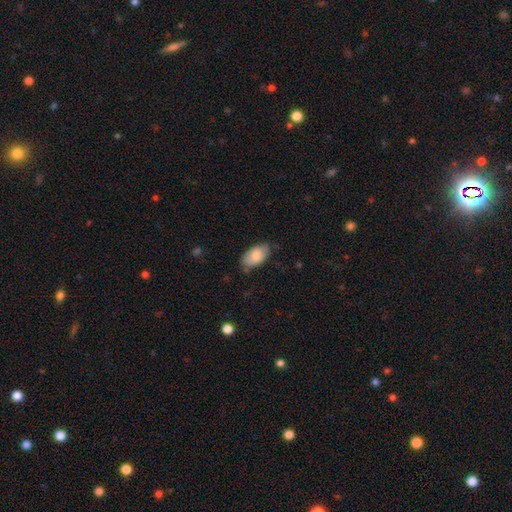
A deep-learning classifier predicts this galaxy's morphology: Q: Smooth or featured?
A: smooth (81%); runner-up: featured or disk (13%)
Q: How rounded?
A: in between (94%); runner-up: round (4%)
Q: Merging?
A: none (67%); runner-up: minor disturbance (26%)